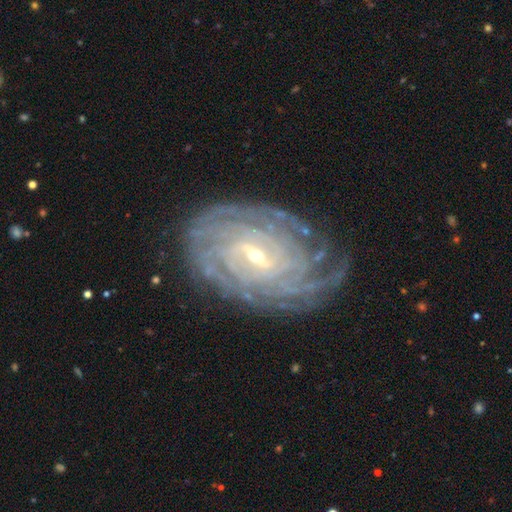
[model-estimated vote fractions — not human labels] A featured or disk galaxy (90%) with a weak bar (50%), tight (85%) spiral arms (98%) and a small central bulge (67%).

Vote fractions:
- Smooth or featured? featured or disk: 90% / star or artifact: 6% / smooth: 5%
- Edge-on disk? no: 97% / yes: 3%
- Bar? weak: 50% / strong: 28% / no: 22%
- Spiral arms? yes: 98% / no: 2%
- Spiral winding? tight: 85% / medium: 12% / loose: 3%
- Spiral arm count? can't tell: 28% / more than 4: 23% / 4: 21% / 3: 11% / 2: 10% / 1: 7%
- Bulge size? small: 67% / moderate: 30% / large: 1% / none: 1% / dominant: 1%
- Merging? none: 77% / minor disturbance: 16% / major disturbance: 6% / merger: 1%